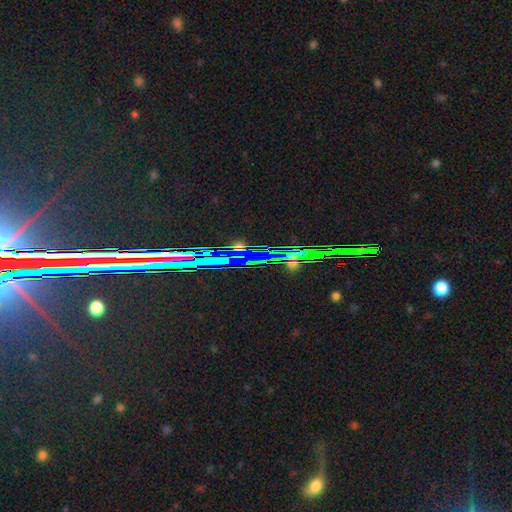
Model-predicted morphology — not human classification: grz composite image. It shows a star or artifact, not a galaxy (81%).